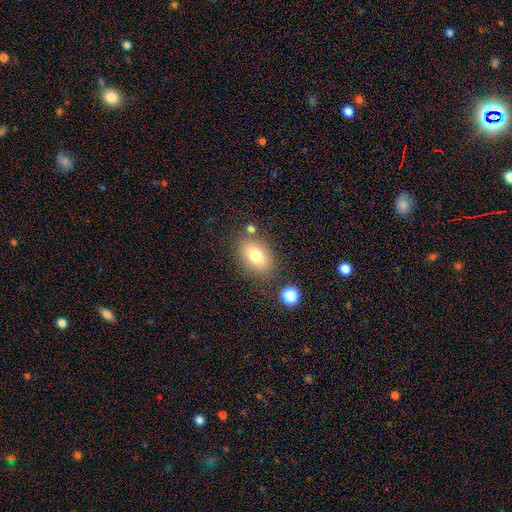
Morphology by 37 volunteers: Volunteers were most divided on "merging": none: 69%, minor disturbance: 11%, merger: 11%, major disturbance: 9%. More confident: how rounded — in between (84%); smooth or featured — smooth (84%).